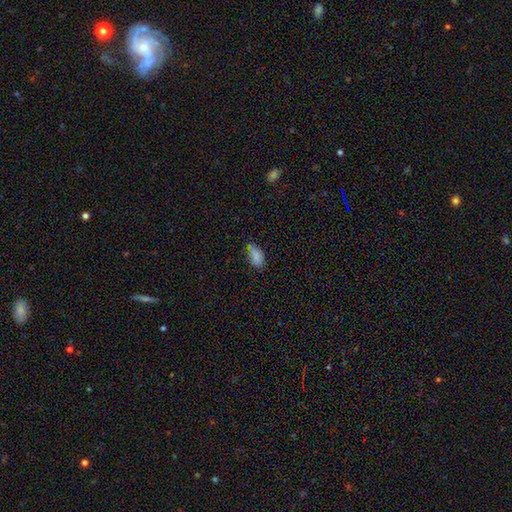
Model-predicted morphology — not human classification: smooth_or_featured: smooth (p=0.82) [alt: star or artifact p=0.12]
how_rounded: in between (p=0.90) [alt: cigar-shaped p=0.07]
merging: none (p=0.62) [alt: minor disturbance p=0.30]